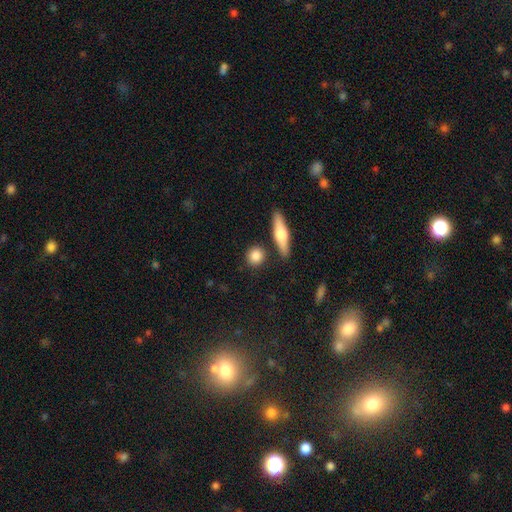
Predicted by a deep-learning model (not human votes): smooth-or-featured: smooth: 82% | featured or disk: 11% | star or artifact: 6%
  how-rounded: round: 77% | in between: 16% | cigar-shaped: 7%
  merging: none: 83% | minor disturbance: 8% | merger: 6% | major disturbance: 3%